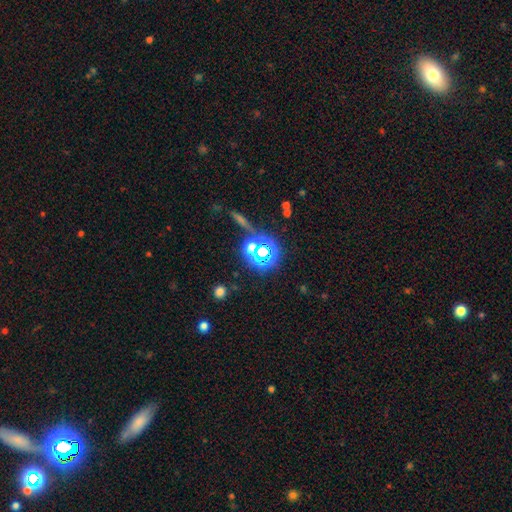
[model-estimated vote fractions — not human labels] A star or artifact, not a galaxy (67%).

Vote fractions:
- Smooth or featured? star or artifact: 67% / smooth: 24% / featured or disk: 9%